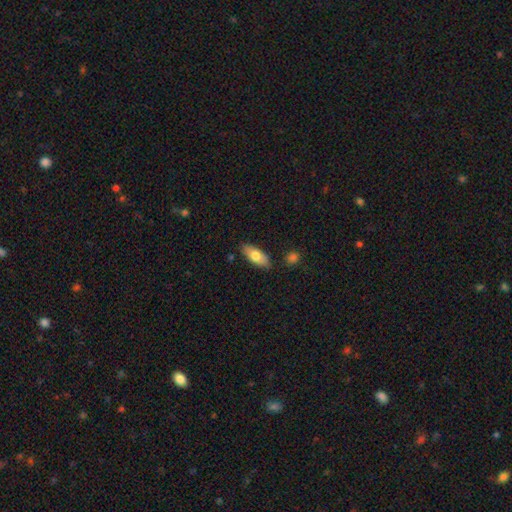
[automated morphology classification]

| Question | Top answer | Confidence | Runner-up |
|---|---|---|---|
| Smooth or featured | smooth | 73% | featured or disk (21%) |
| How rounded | in between | 80% | cigar-shaped (18%) |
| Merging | none | 83% | minor disturbance (12%) |